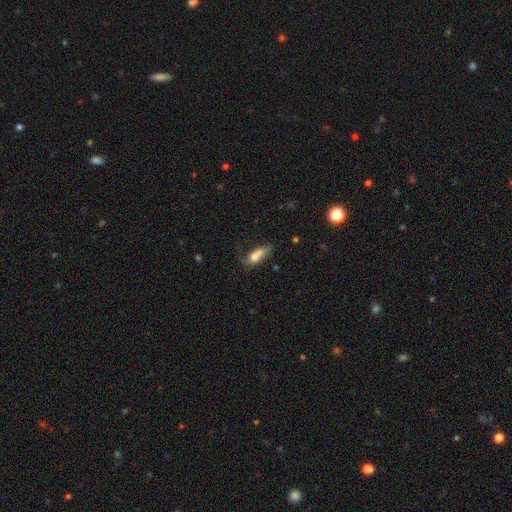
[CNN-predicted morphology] Smooth or featured?
  - smooth: 68% *
  - featured or disk: 23%
  - star or artifact: 9%
How rounded?
  - in between: 70% *
  - cigar-shaped: 27%
  - round: 4%
Merging?
  - none: 32% *
  - major disturbance: 31%
  - minor disturbance: 28%
  - merger: 9%